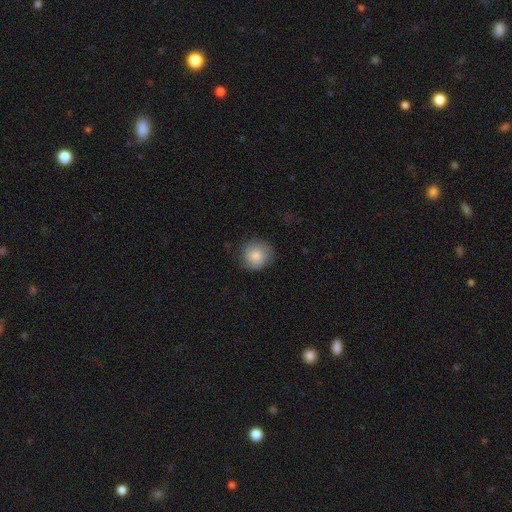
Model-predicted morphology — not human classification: The model was most divided on "merging": none: 77%, minor disturbance: 17%, major disturbance: 5%, merger: 1%. More confident: how rounded — round (90%); smooth or featured — smooth (78%).